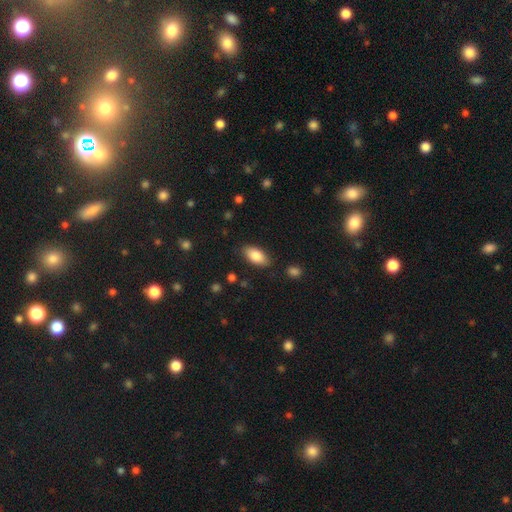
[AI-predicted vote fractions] Q: Smooth or featured?
A: smooth (84%); runner-up: featured or disk (9%)
Q: How rounded?
A: in between (91%); runner-up: cigar-shaped (6%)
Q: Merging?
A: none (84%); runner-up: minor disturbance (11%)